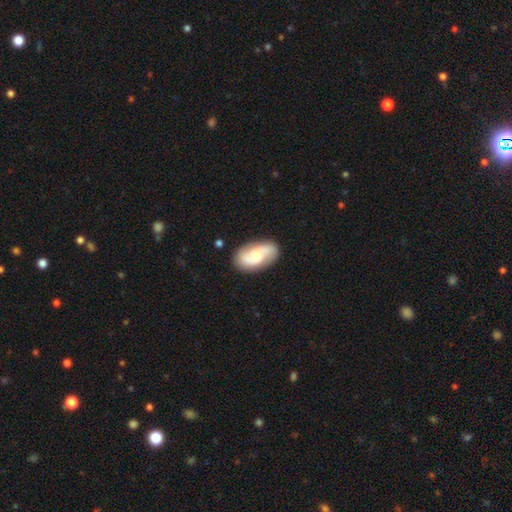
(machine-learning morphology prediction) featured or disk 59%, smooth 35%, star or artifact 6%. Down the decision tree: edge-on disk — no (96%); bar — no (51%); spiral arms — yes (91%); spiral arm count — 2 (86%); spiral winding — medium (44%); bulge size — moderate (37%); merging — none (79%).